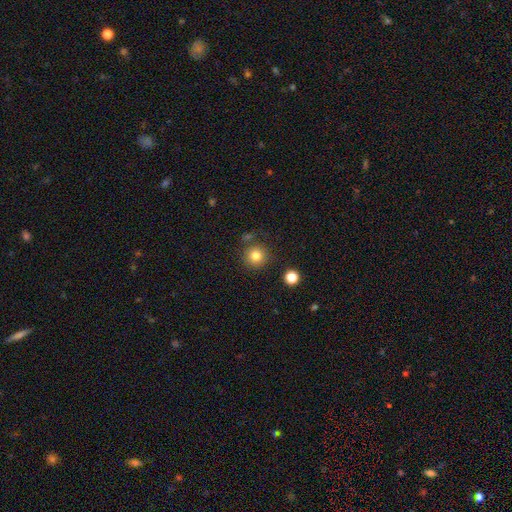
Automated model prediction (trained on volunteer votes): Morphology: type=smooth (83%); roundness=round (94%); merging=none (83%).